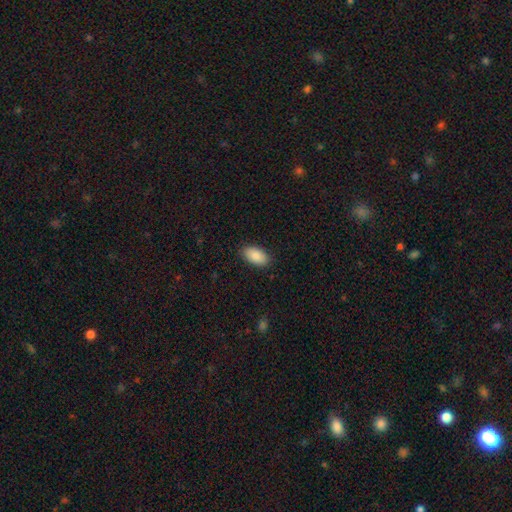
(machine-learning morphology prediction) Q: Smooth or featured?
A: smooth (88%); runner-up: star or artifact (7%)
Q: How rounded?
A: in between (94%); runner-up: round (3%)
Q: Merging?
A: none (88%); runner-up: minor disturbance (9%)